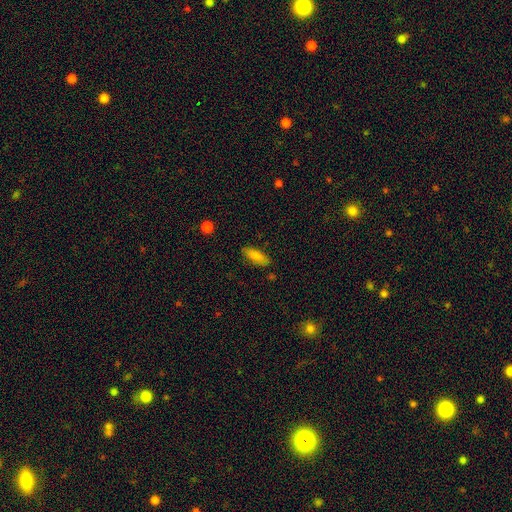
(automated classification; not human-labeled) A smooth galaxy with no disk features (82%) that is in between round and cigar-shaped (67%). Merging: none (84%).